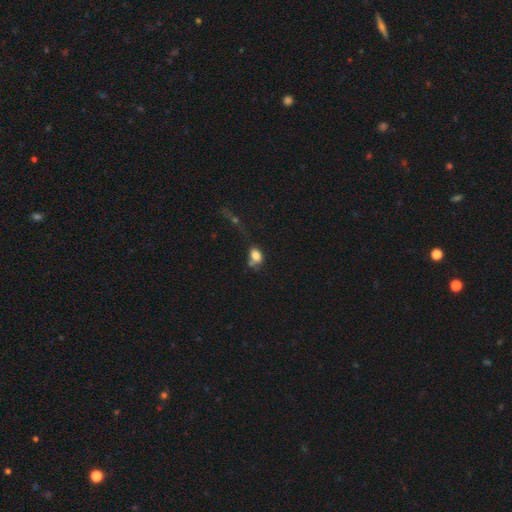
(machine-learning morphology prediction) Smooth or featured? Predicted: smooth (p=0.77). How rounded? Predicted: in between (p=0.76). Merging? Predicted: none (p=0.35).